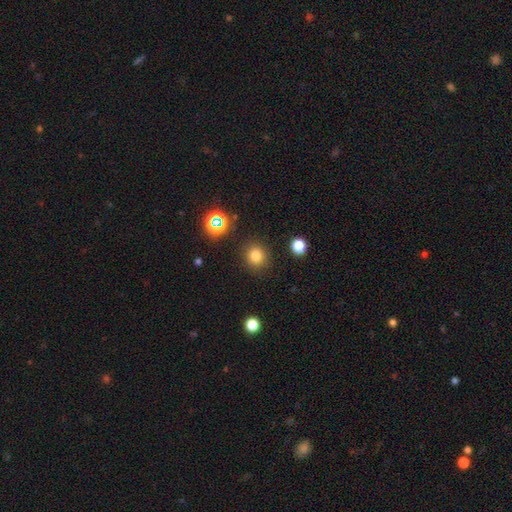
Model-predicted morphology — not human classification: type=smooth (80%); roundness=round (88%); merging=none (89%).